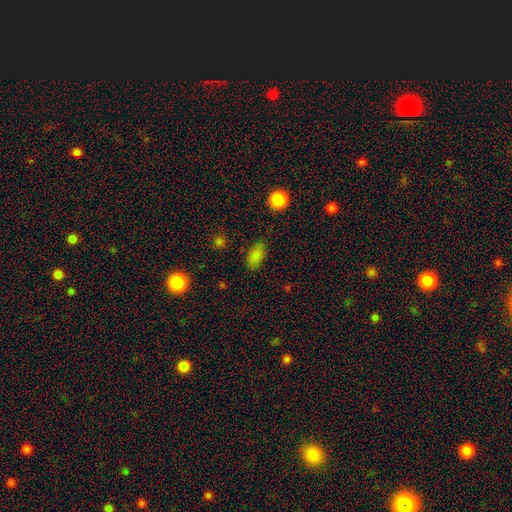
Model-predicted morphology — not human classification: smooth-or-featured: smooth: 82% | star or artifact: 13% | featured or disk: 5%
  how-rounded: in between: 90% | round: 6% | cigar-shaped: 3%
  merging: none: 81% | minor disturbance: 14% | major disturbance: 4% | merger: 2%